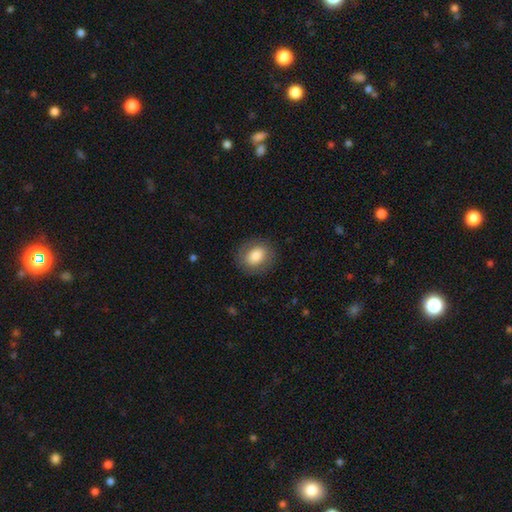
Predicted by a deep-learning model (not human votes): Morphology: type=smooth (81%); roundness=round (53%); merging=none (85%).